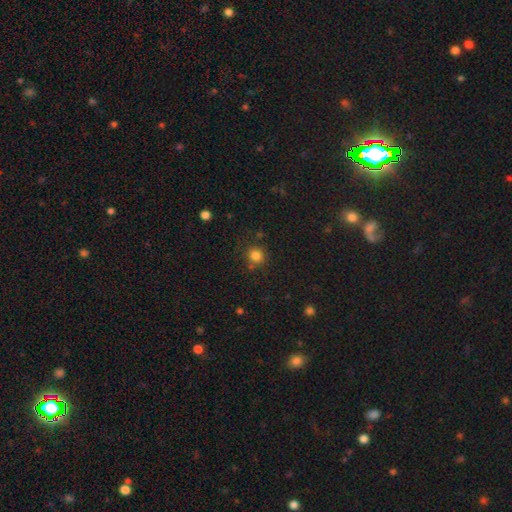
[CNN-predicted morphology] Q: Smooth or featured?
A: smooth (82%); runner-up: star or artifact (13%)
Q: How rounded?
A: round (89%); runner-up: in between (10%)
Q: Merging?
A: none (78%); runner-up: minor disturbance (12%)